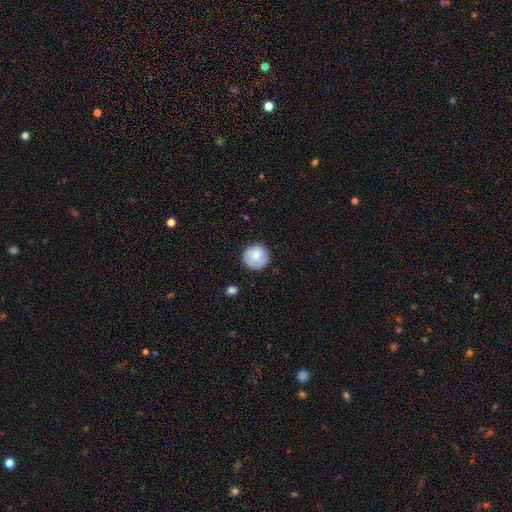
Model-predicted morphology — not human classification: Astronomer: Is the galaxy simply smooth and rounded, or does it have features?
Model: smooth — 78%.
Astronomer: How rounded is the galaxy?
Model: round — 94%.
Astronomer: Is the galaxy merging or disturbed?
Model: none — 83%.